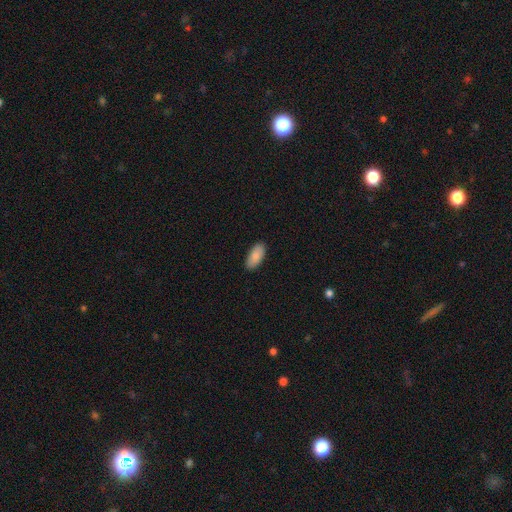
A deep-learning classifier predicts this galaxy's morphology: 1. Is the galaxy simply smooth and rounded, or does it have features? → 88% smooth, 6% featured or disk, 6% star or artifact.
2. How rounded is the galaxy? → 90% in between, 9% cigar-shaped, 2% round.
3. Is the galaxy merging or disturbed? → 89% none, 8% minor disturbance, 2% major disturbance, 1% merger.